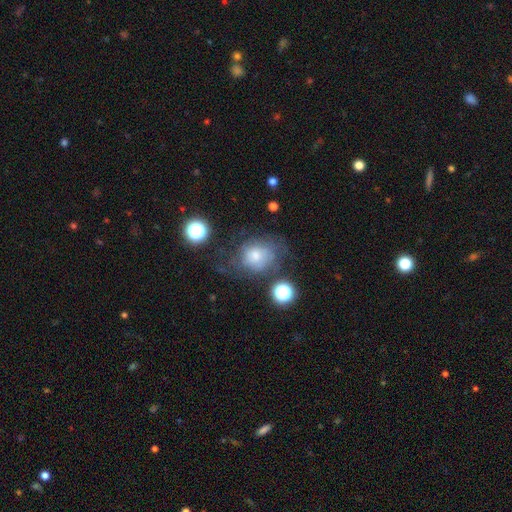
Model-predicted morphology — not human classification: smooth_or_featured: smooth (p=0.43) [alt: featured or disk p=0.41]
merging: none (p=0.50) [alt: minor disturbance p=0.24]